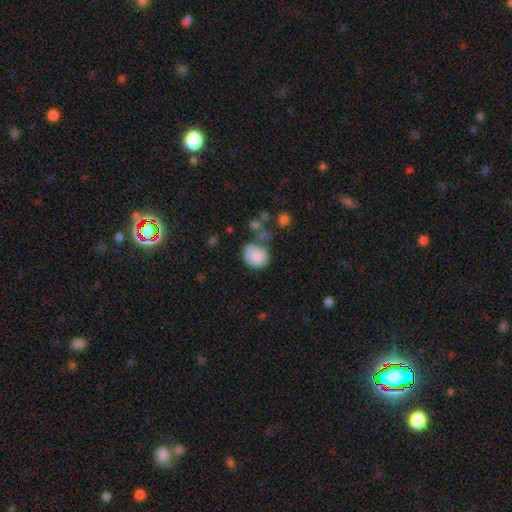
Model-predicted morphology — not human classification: smooth-or-featured: smooth: 82% | featured or disk: 9% | star or artifact: 9%
  how-rounded: round: 57% | in between: 42% | cigar-shaped: 1%
  merging: none: 48% | minor disturbance: 26% | merger: 14% | major disturbance: 12%